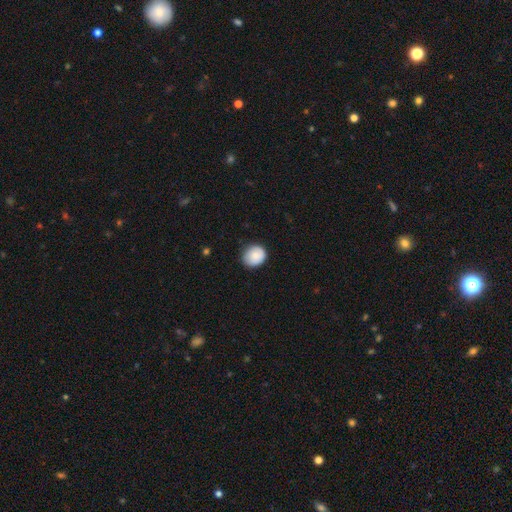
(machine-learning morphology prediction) A smooth galaxy with no disk features (84%) that is round (76%).

Vote fractions:
- Smooth or featured? smooth: 84% / featured or disk: 9% / star or artifact: 7%
- How rounded? round: 76% / in between: 23% / cigar-shaped: 1%
- Merging? none: 78% / minor disturbance: 18% / major disturbance: 3% / merger: 1%